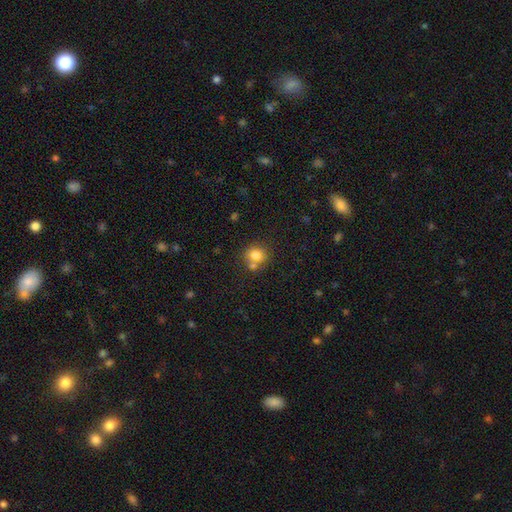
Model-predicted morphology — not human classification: Smooth or featured: smooth — 79% (star or artifact — 12%)
How rounded: round — 82% (in between — 17%)
Merging: none — 64% (merger — 22%)